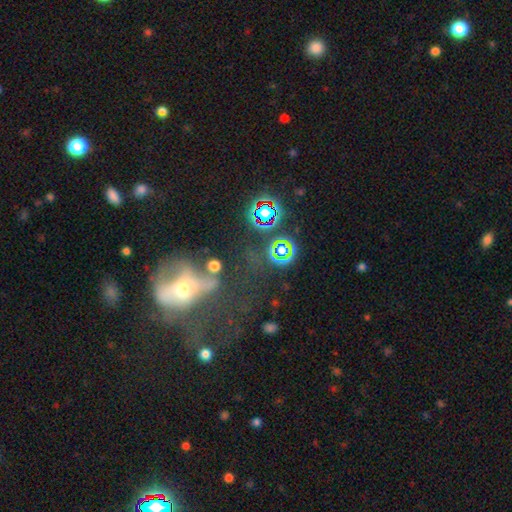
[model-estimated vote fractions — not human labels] This appears to be a star or artifact, not a galaxy (38%).